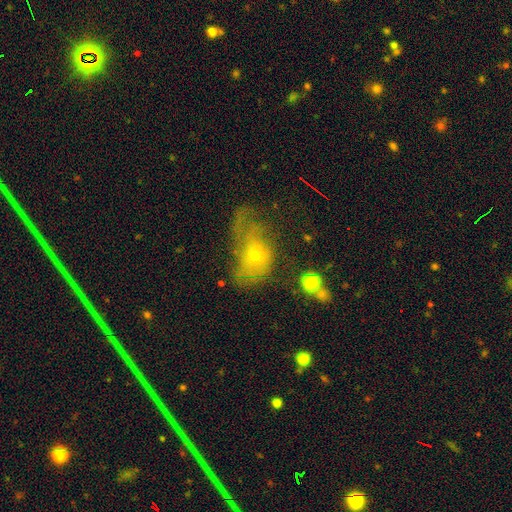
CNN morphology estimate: A featured or disk galaxy (48%).

Vote fractions:
- Smooth or featured? featured or disk: 48% / smooth: 37% / star or artifact: 15%
- Merging? major disturbance: 45% / none: 27% / minor disturbance: 24% / merger: 4%